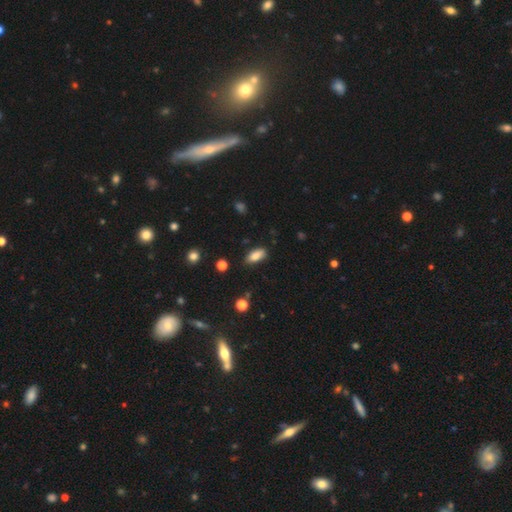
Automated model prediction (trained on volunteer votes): Morphology: type=smooth (84%); roundness=in between (84%); merging=none (79%).